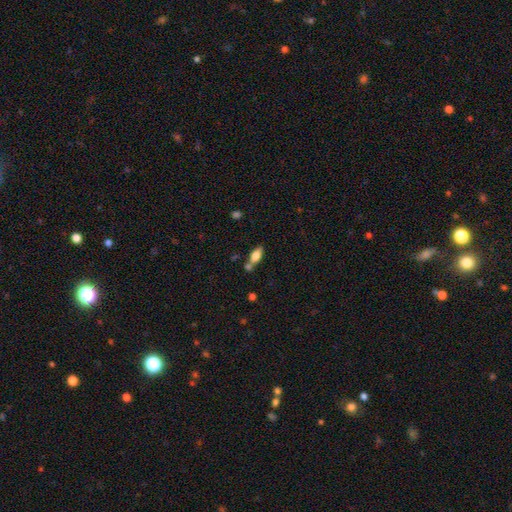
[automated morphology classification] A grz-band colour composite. It shows a smooth galaxy with no disk features (75%) that is in between round and cigar-shaped (82%). Merging: none (55%).